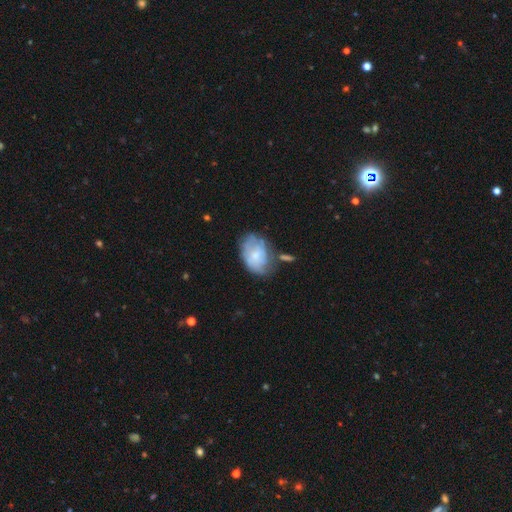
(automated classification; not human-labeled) Smooth or featured? Predicted: smooth (p=0.53). How rounded? Predicted: in between (p=0.83). Merging? Predicted: none (p=0.47).